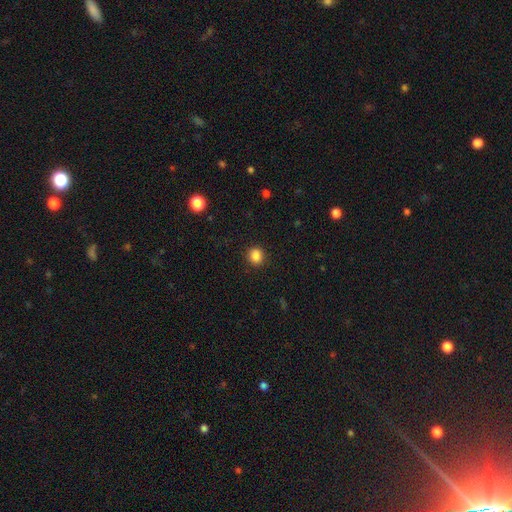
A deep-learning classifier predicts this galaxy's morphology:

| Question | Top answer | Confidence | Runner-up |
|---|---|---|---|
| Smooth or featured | smooth | 86% | star or artifact (11%) |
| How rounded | round | 76% | in between (23%) |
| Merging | none | 89% | minor disturbance (8%) |